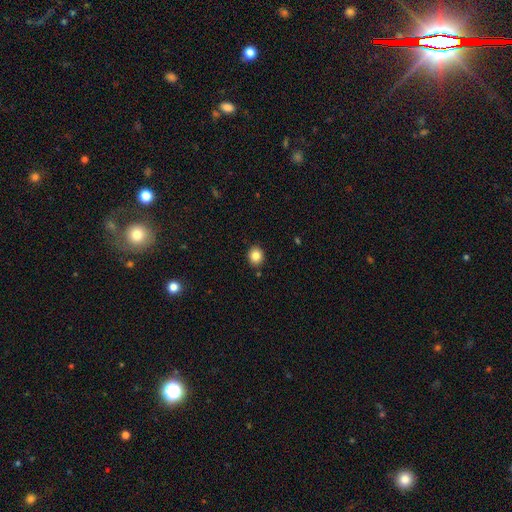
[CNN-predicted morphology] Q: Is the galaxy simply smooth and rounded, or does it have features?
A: smooth — 85%.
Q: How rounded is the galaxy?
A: round — 73%.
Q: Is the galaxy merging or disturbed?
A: none — 89%.